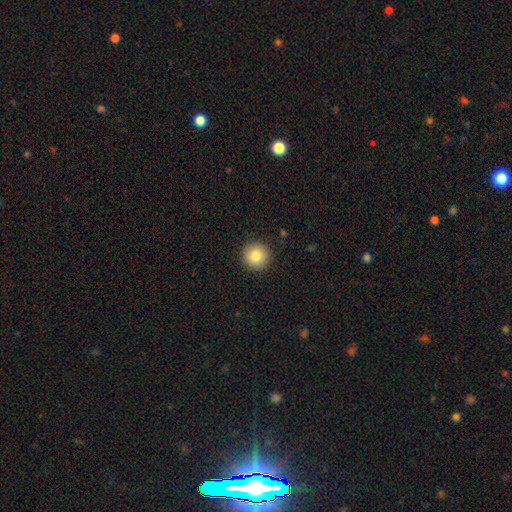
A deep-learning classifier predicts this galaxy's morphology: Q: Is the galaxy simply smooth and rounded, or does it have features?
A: smooth — 83%.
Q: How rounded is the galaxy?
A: round — 96%.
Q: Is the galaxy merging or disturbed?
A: none — 92%.